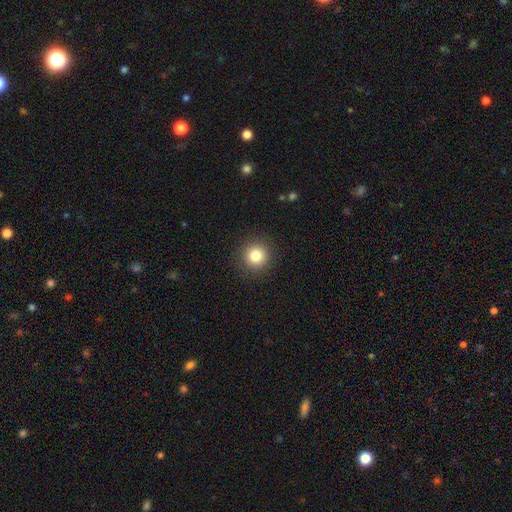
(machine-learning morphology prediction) This appears to be a smooth galaxy with no disk features (82%) that is round (94%). Merging: none (92%).